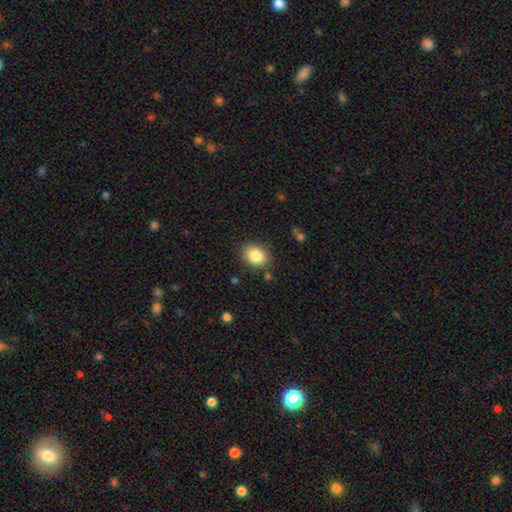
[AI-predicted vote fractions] Smooth or featured? Predicted: smooth (p=0.85). How rounded? Predicted: in between (p=0.51). Merging? Predicted: none (p=0.84).